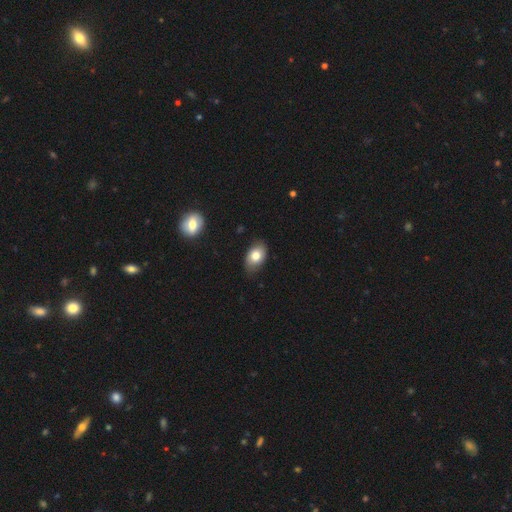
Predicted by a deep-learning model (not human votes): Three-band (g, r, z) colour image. It shows a smooth galaxy with no disk features (79%) that is in between round and cigar-shaped (86%). Merging: none (78%).